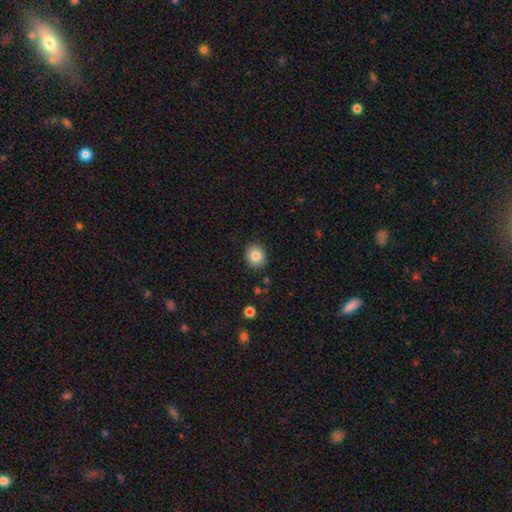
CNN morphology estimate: Overall: smooth (84%). How rounded: round (70%). Merging: none (89%).